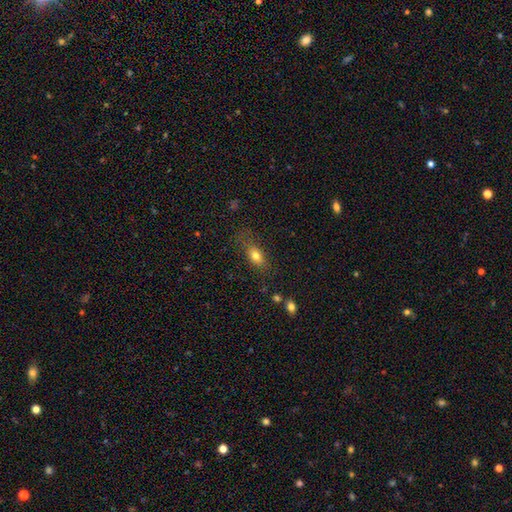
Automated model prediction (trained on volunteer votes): smooth 77%, featured or disk 12%, star or artifact 11%. Down the decision tree: how rounded — in between (78%); merging — none (65%).